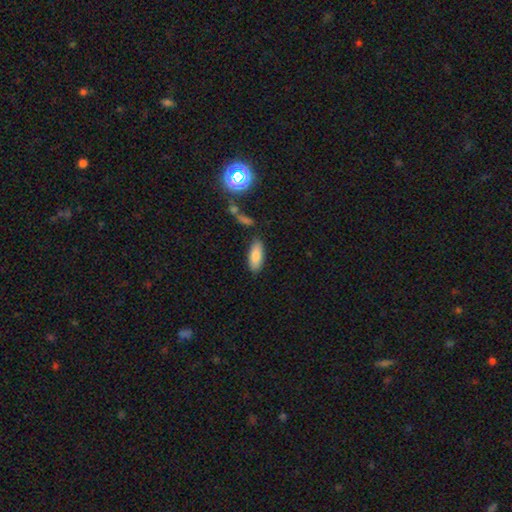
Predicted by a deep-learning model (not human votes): smooth-or-featured: smooth: 82% | featured or disk: 10% | star or artifact: 8%
  how-rounded: in between: 76% | cigar-shaped: 22% | round: 2%
  merging: none: 81% | minor disturbance: 12% | merger: 4% | major disturbance: 3%